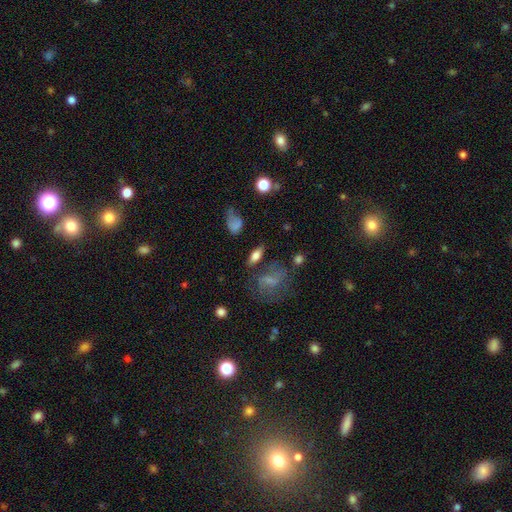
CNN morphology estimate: This is likely a smooth galaxy (68%). How rounded: likely in between (72%). Merging: likely none (70%).